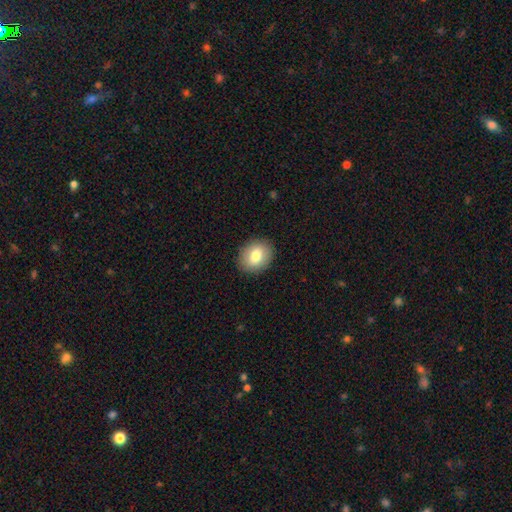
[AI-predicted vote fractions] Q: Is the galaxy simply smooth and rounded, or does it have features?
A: smooth — 79%.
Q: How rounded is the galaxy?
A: in between — 58%.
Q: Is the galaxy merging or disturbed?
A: none — 89%.